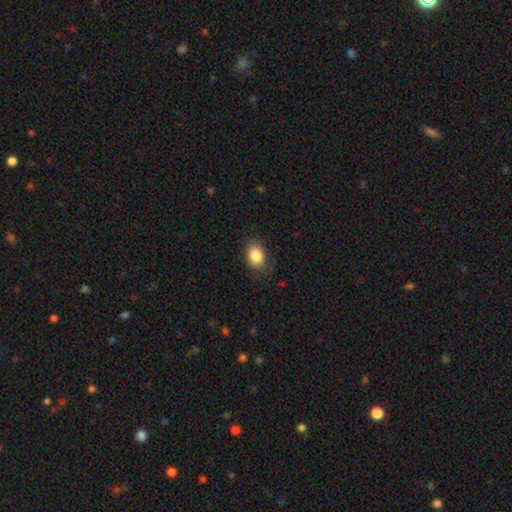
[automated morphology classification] A smooth galaxy with no disk features (86%) that is in between round and cigar-shaped (69%). Merging: none (81%).